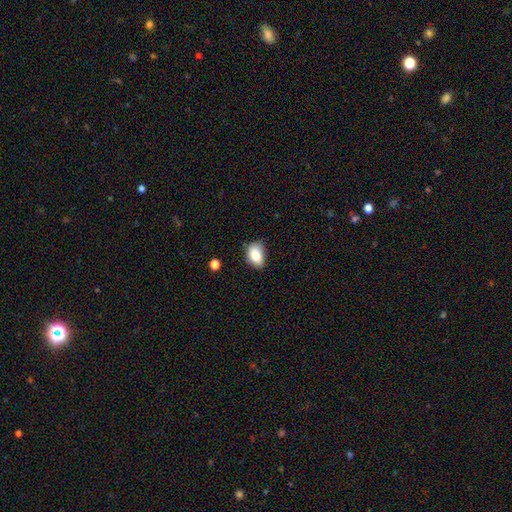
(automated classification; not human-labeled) This is clearly a smooth galaxy (83%). How rounded: clearly in between (81%). Merging: likely none (65%).